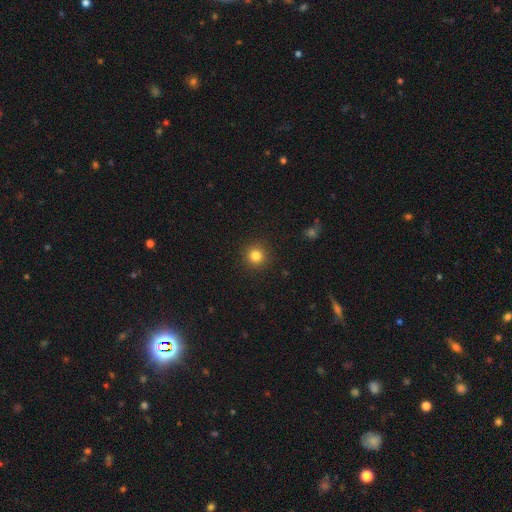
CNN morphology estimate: A smooth galaxy with no disk features (82%) that is round (94%). Merging: none (92%).